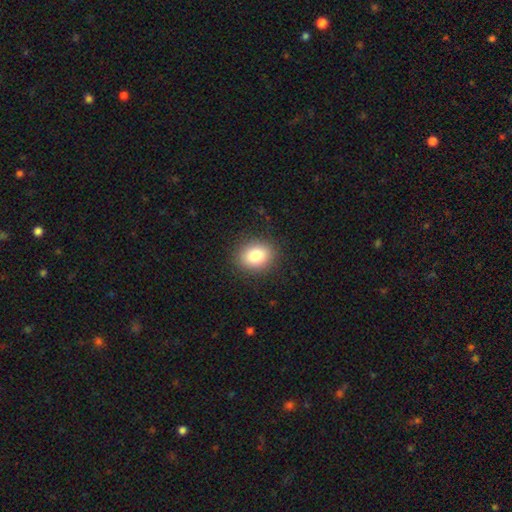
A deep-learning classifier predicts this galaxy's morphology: Smooth or featured?
  - smooth: 82% *
  - star or artifact: 10%
  - featured or disk: 8%
How rounded?
  - round: 55% *
  - in between: 44%
  - cigar-shaped: 1%
Merging?
  - none: 88% *
  - minor disturbance: 8%
  - major disturbance: 3%
  - merger: 1%